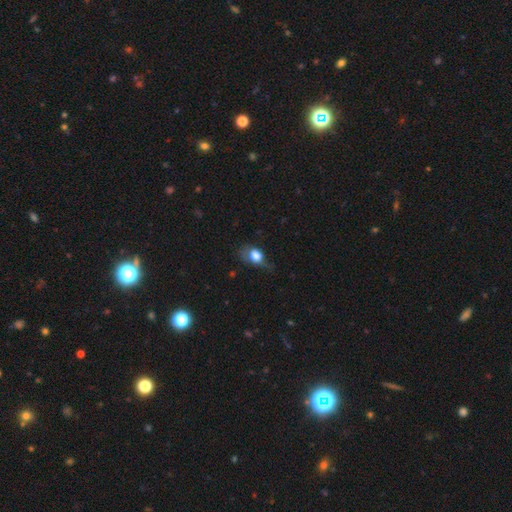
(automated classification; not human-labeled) Smooth or featured? Predicted: smooth (p=0.72). How rounded? Predicted: in between (p=0.65). Merging? Predicted: major disturbance (p=0.38).